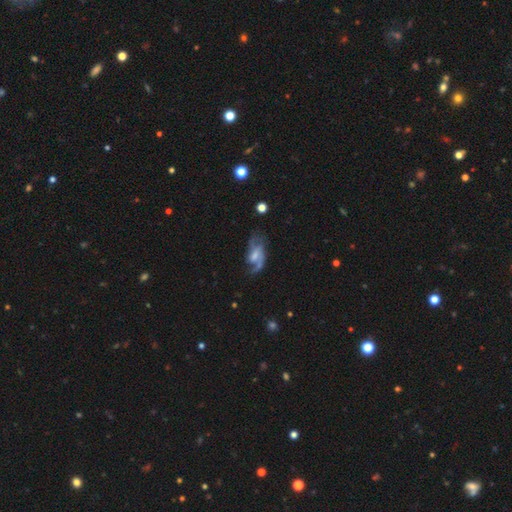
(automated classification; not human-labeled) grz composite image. It shows a featured or disk galaxy (77%) with a weak bar (50%), 2 (63%) medium (45%) spiral arms (91%) and a small central bulge (35%). Merging: none (53%).